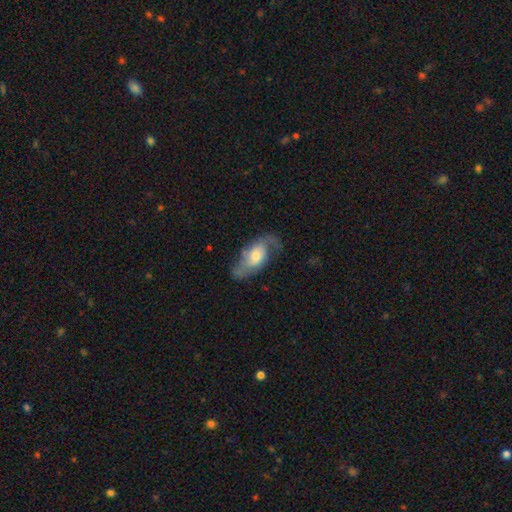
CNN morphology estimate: type=featured or disk (63%); edge-on=no (92%); bar=no (58%); spiral arms=yes (85%); bulge=moderate (50%); merging=none (59%).